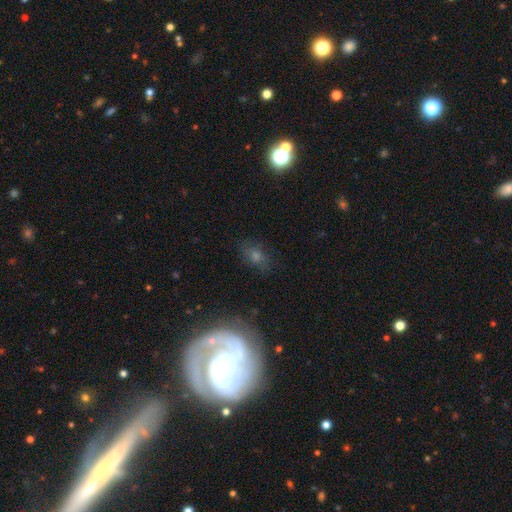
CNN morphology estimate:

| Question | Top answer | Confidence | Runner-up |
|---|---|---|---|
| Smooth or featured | featured or disk | 40% | smooth (38%) |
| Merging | none | 68% | minor disturbance (16%) |